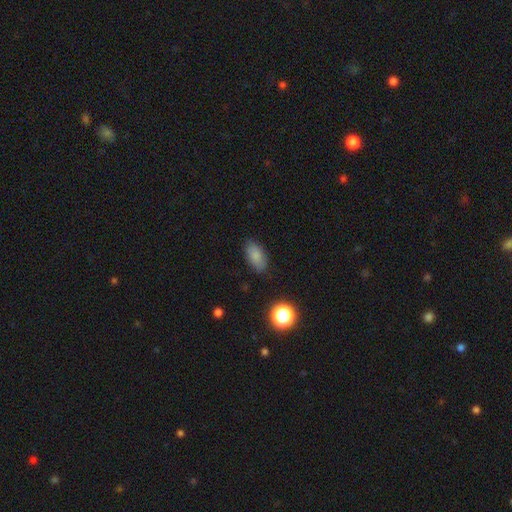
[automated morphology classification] Smooth or featured: smooth — 83% (star or artifact — 10%)
How rounded: in between — 90% (cigar-shaped — 5%)
Merging: none — 84% (minor disturbance — 12%)